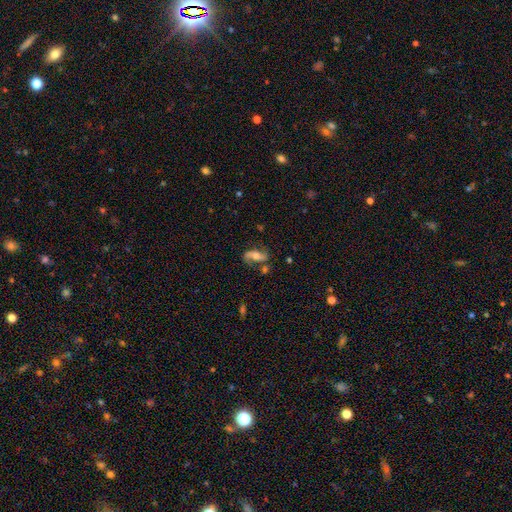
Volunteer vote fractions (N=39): Volunteers were most divided on "spiral winding": loose: 50%, tight: 27%, medium: 23%. More confident: spiral arms — yes (96%); smooth or featured — featured or disk (87%); edge-on disk — no (79%); spiral arm count — 2 (65%); bulge size — moderate (59%); bar — no (59%); merging — none (56%).